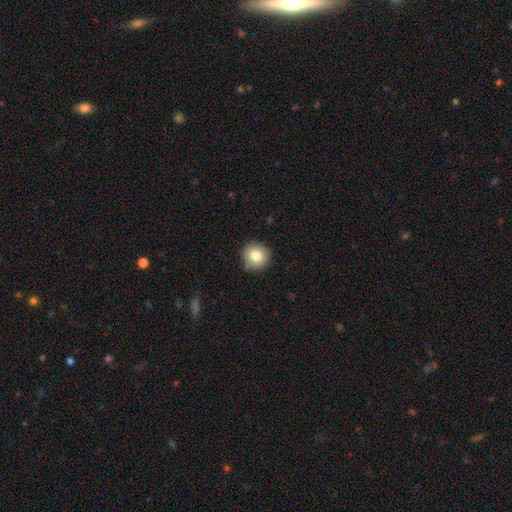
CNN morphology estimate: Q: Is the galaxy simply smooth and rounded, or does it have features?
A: smooth — 82%.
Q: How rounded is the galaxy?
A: round — 91%.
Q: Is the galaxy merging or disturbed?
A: none — 85%.